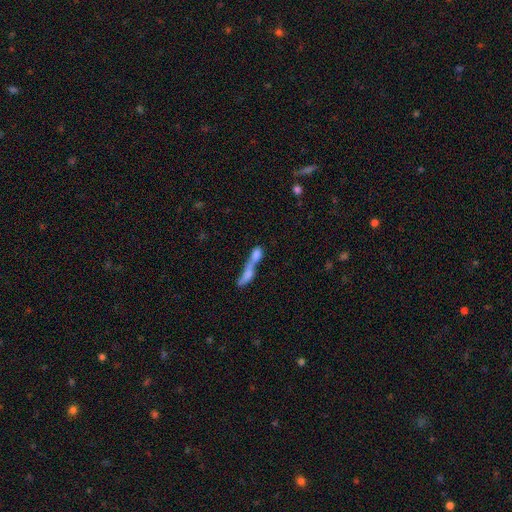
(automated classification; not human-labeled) This appears to be a smooth galaxy with no disk features (60%) that is cigar-shaped (49%). Merging: merger (76%).